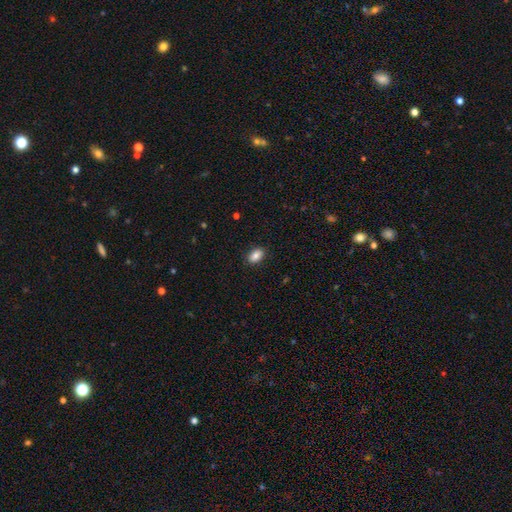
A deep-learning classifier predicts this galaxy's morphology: smooth_or_featured: smooth (p=0.86) [alt: star or artifact p=0.08]
how_rounded: in between (p=0.89) [alt: round p=0.10]
merging: none (p=0.88) [alt: minor disturbance p=0.09]